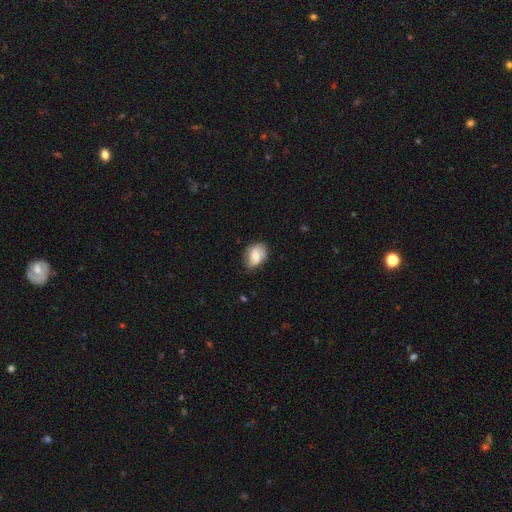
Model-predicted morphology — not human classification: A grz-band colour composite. It shows a smooth galaxy with no disk features (65%) that is in between round and cigar-shaped (75%). Merging: none (70%).